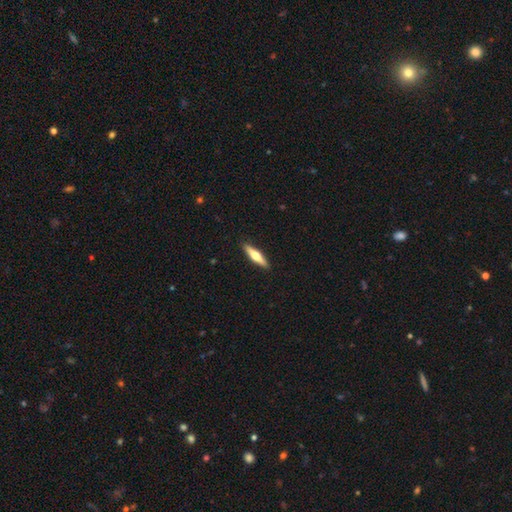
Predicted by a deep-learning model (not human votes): Smooth or featured? Predicted: featured or disk (p=0.53). Edge-on disk? Predicted: yes (p=0.95). Edge-on bulge? Predicted: rounded (p=0.95). Merging? Predicted: none (p=0.92).